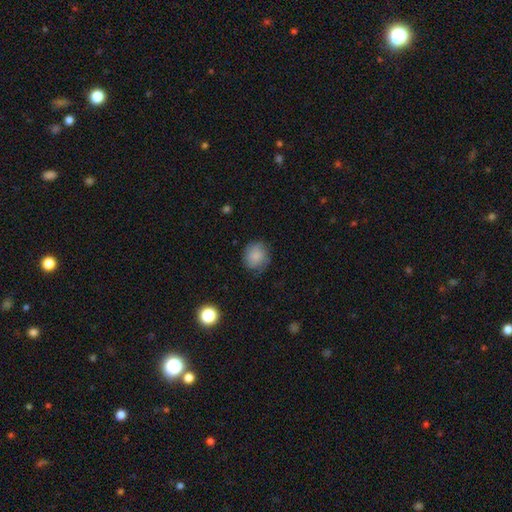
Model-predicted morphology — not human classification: This is clearly a smooth galaxy (82%). How rounded: likely round (79%). Merging: likely none (74%).